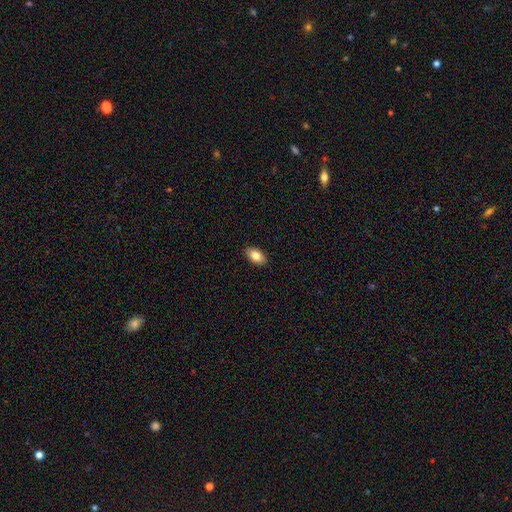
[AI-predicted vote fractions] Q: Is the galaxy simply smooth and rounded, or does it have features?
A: smooth — 84%.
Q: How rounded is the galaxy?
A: in between — 92%.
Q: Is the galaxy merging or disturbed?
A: none — 89%.